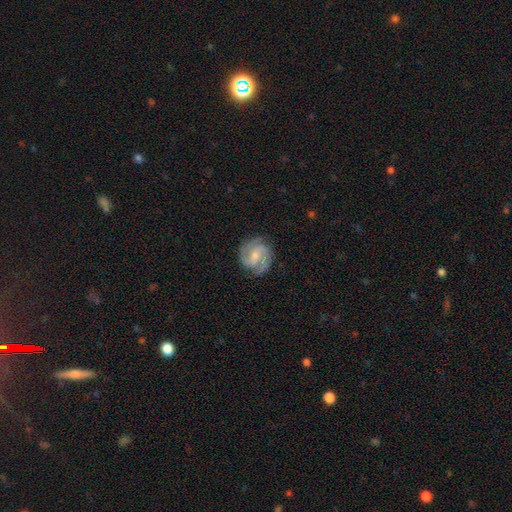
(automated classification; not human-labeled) Smooth or featured?
  - featured or disk: 83% *
  - smooth: 12%
  - star or artifact: 5%
Edge-on disk?
  - no: 98% *
  - yes: 2%
Bar?
  - weak: 52% *
  - no: 33%
  - strong: 15%
Spiral arms?
  - yes: 97% *
  - no: 3%
Spiral winding?
  - medium: 49% *
  - tight: 37%
  - loose: 14%
Spiral arm count?
  - 2: 60% *
  - 3: 24%
  - can't tell: 8%
  - 4: 3%
  - 1: 3%
  - more than 4: 3%
Bulge size?
  - small: 54% *
  - moderate: 40%
  - none: 4%
  - large: 2%
  - dominant: 1%
Merging?
  - none: 80% *
  - minor disturbance: 14%
  - major disturbance: 4%
  - merger: 1%